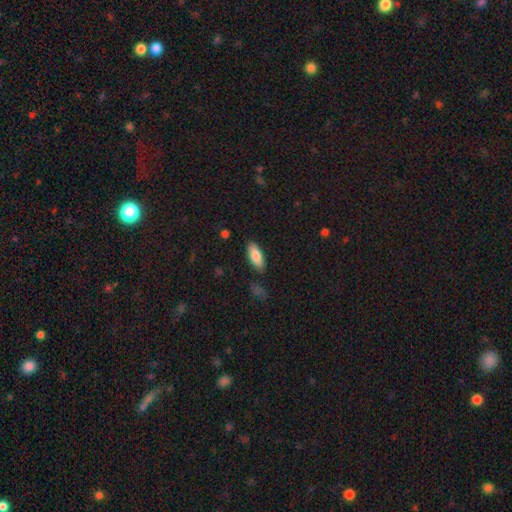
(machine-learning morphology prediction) smooth 83%, featured or disk 10%, star or artifact 6%. Down the decision tree: how rounded — in between (79%); merging — none (85%).